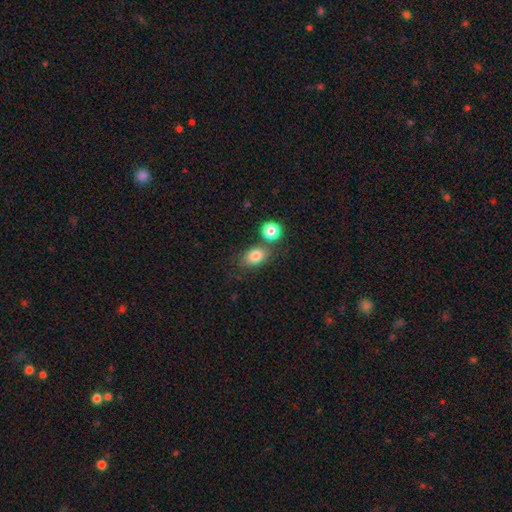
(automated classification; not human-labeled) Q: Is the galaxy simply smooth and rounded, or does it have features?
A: smooth — 82%.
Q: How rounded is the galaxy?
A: in between — 70%.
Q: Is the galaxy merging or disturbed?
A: none — 59%.